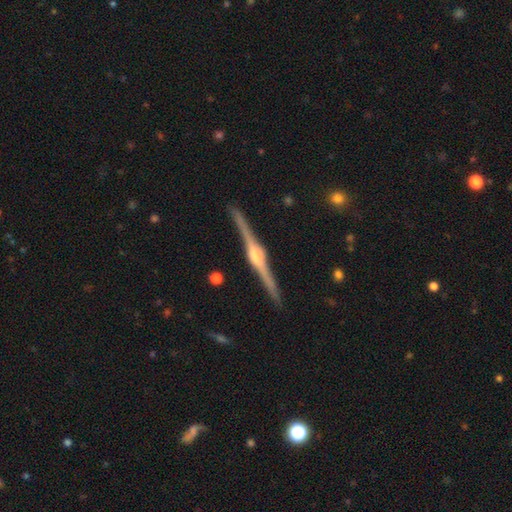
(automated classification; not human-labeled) smooth-or-featured: featured or disk: 90% | smooth: 6% | star or artifact: 4%
  disk-edge-on: yes: 99% | no: 1%
    edge-on-bulge: rounded: 85% | boxy: 10% | none: 4%
  merging: none: 92% | minor disturbance: 5% | major disturbance: 1% | merger: 1%